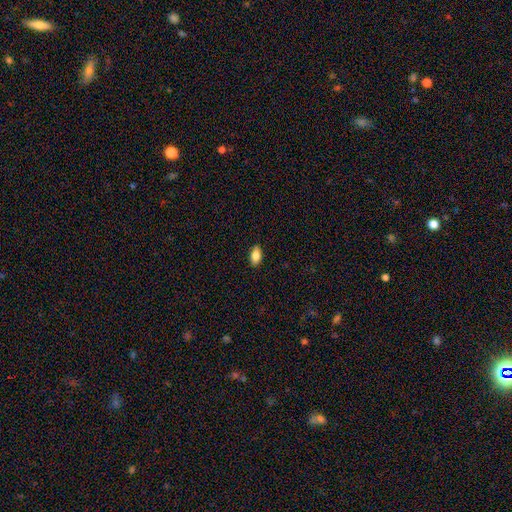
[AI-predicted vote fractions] Smooth or featured? Predicted: smooth (p=0.81). How rounded? Predicted: in between (p=0.89). Merging? Predicted: none (p=0.87).